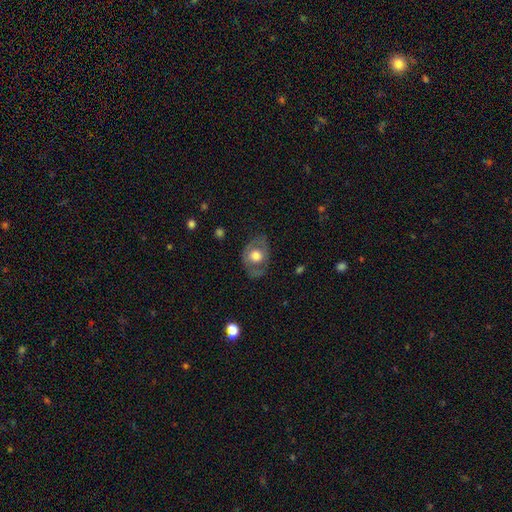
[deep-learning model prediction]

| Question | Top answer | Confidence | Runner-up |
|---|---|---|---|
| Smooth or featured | smooth | 48% | featured or disk (45%) |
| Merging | none | 69% | minor disturbance (19%) |